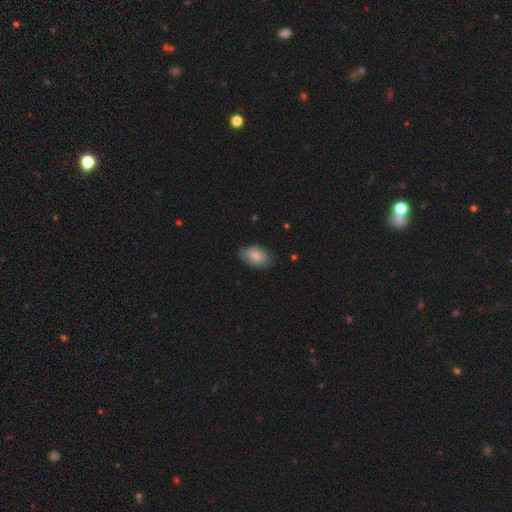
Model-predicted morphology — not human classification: smooth_or_featured: smooth (p=0.79) [alt: featured or disk p=0.14]
how_rounded: in between (p=0.92) [alt: round p=0.07]
merging: none (p=0.71) [alt: minor disturbance p=0.23]